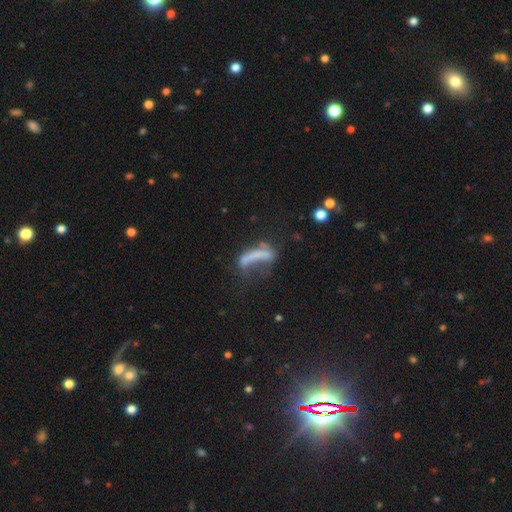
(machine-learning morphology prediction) Smooth or featured? smooth (45%)
Merging? major disturbance (44%)